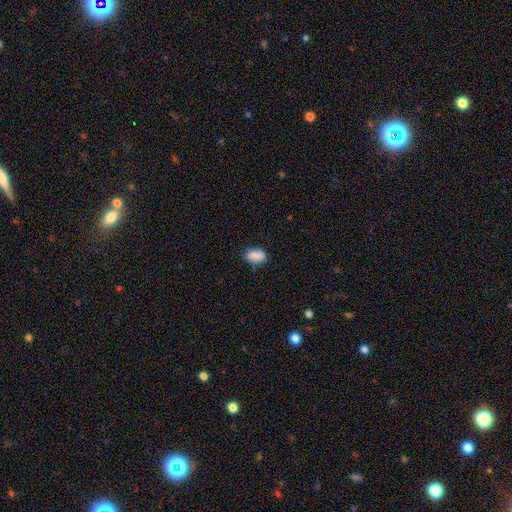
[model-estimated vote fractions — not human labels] Smooth or featured: smooth — 86% (star or artifact — 8%)
How rounded: in between — 86% (round — 11%)
Merging: none — 76% (minor disturbance — 18%)